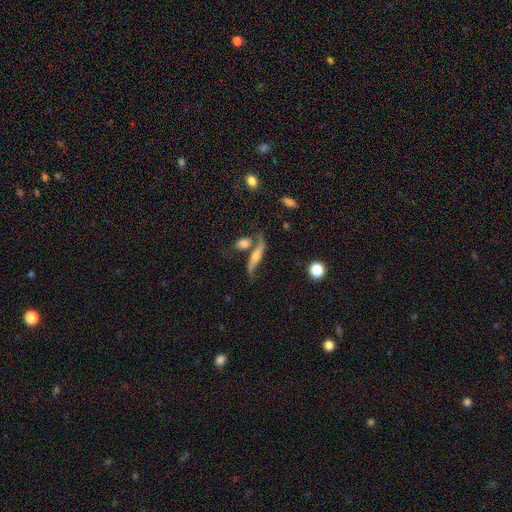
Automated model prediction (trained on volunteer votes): Smooth or featured? Predicted: featured or disk (p=0.67). Edge-on disk? Predicted: no (p=0.54). Merging? Predicted: none (p=0.48).